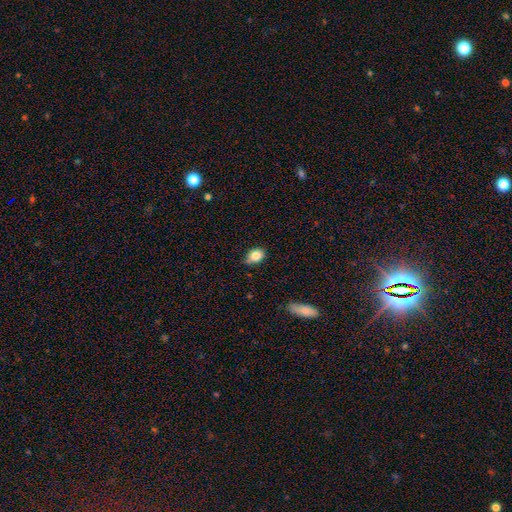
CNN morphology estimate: Overall: smooth (84%). How rounded: in between (69%; round 29%). Merging: none (63%; minor disturbance 31%).